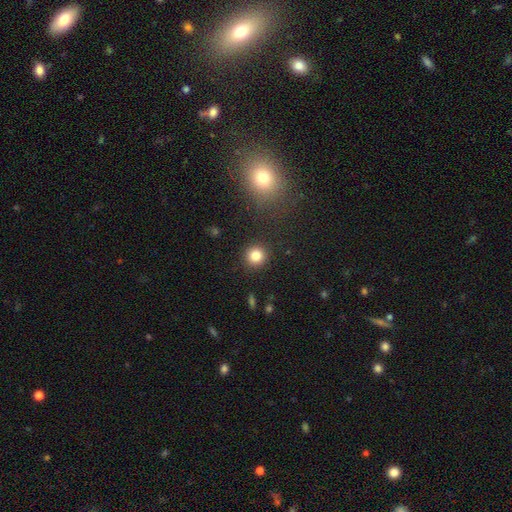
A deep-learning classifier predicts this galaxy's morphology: This appears to be a smooth galaxy with no disk features (83%) that is round (92%). Merging: none (91%).